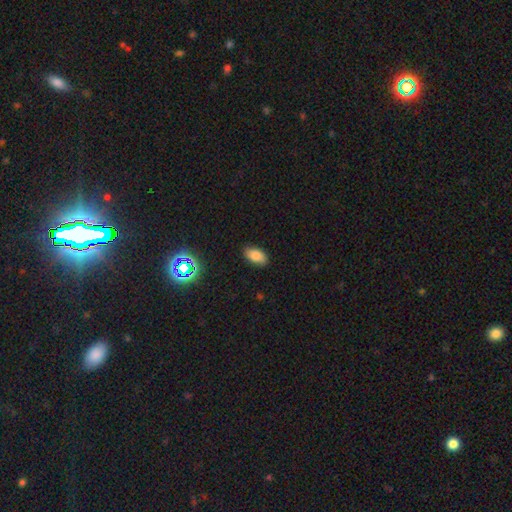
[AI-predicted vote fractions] This appears to be a smooth galaxy with no disk features (81%) that is in between round and cigar-shaped (93%). Merging: none (87%).